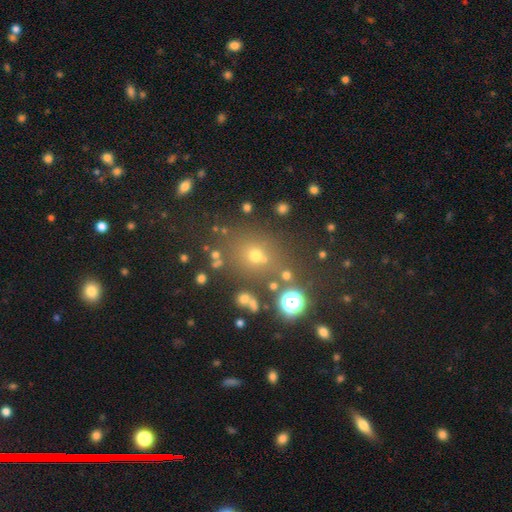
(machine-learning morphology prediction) smooth_or_featured: smooth (p=0.58) [alt: star or artifact p=0.30]
how_rounded: round (p=0.79) [alt: in between p=0.20]
merging: none (p=0.71) [alt: merger p=0.12]